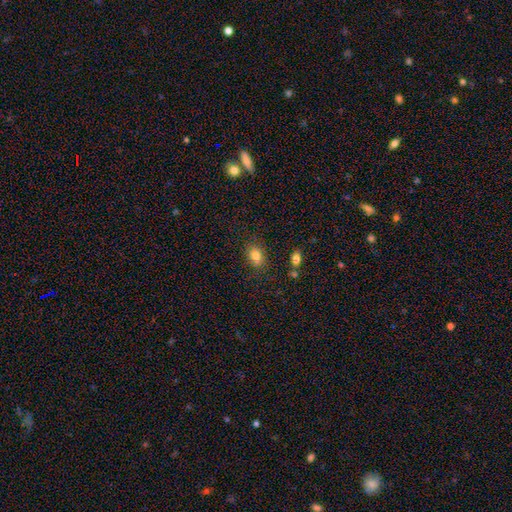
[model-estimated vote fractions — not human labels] Smooth or featured?
  - smooth: 82% *
  - star or artifact: 10%
  - featured or disk: 8%
How rounded?
  - in between: 76% *
  - round: 22%
  - cigar-shaped: 2%
Merging?
  - none: 77% *
  - minor disturbance: 15%
  - merger: 4%
  - major disturbance: 4%